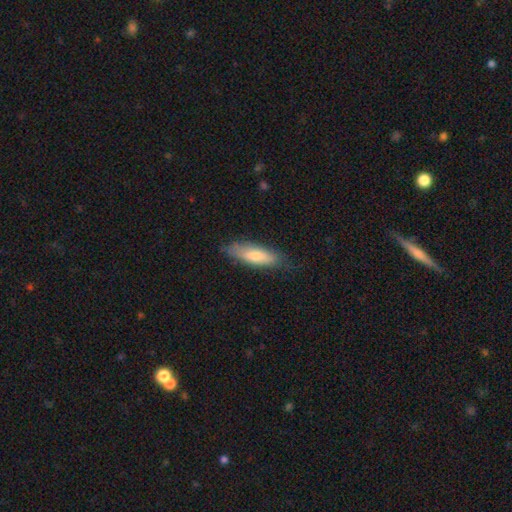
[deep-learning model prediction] Smooth or featured? smooth (73%)
How rounded? cigar-shaped (52%)
Merging? none (76%)